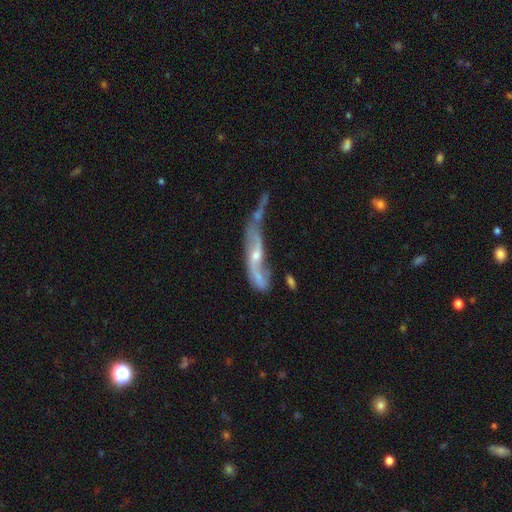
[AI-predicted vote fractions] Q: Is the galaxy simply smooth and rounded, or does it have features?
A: featured or disk — 75%.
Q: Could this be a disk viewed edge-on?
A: no — 73%.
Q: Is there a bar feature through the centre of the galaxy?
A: no — 58%.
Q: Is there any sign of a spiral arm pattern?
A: yes — 74%.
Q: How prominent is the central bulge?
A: small — 52%.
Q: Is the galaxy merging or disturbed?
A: merger — 33%.